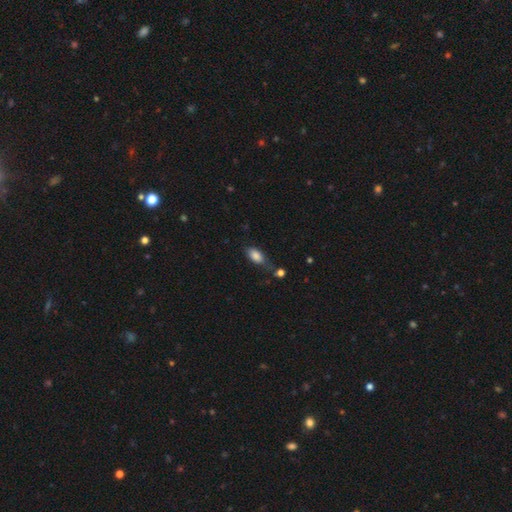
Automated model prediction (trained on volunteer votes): A smooth galaxy with no disk features (84%) that is in between round and cigar-shaped (90%). Merging: none (56%).